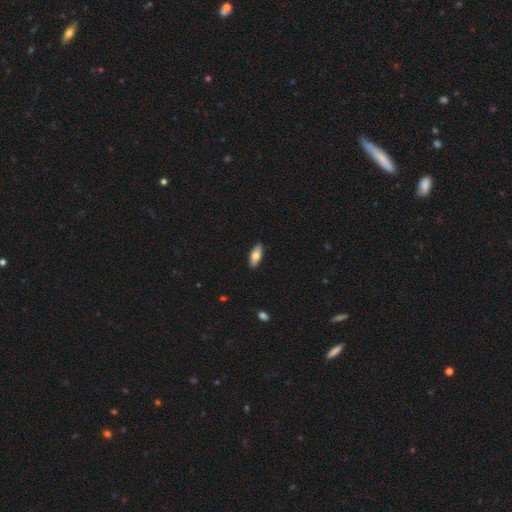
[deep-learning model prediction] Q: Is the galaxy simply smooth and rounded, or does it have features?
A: smooth — 66%.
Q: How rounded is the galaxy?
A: in between — 77%.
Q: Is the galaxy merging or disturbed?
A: none — 88%.